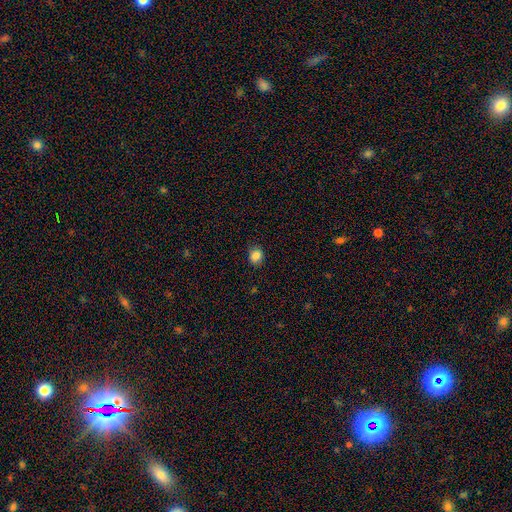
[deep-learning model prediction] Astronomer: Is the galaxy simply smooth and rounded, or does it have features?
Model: smooth — 85%.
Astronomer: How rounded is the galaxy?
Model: round — 68%.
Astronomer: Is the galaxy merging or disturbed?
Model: none — 85%.